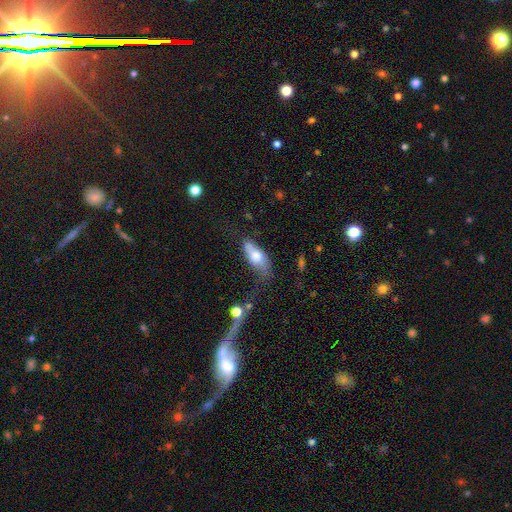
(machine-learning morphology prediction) The model was most divided on "merging": none: 34%, minor disturbance: 30%, major disturbance: 24%, merger: 12%. More confident: how rounded — in between (74%); smooth or featured — smooth (63%).